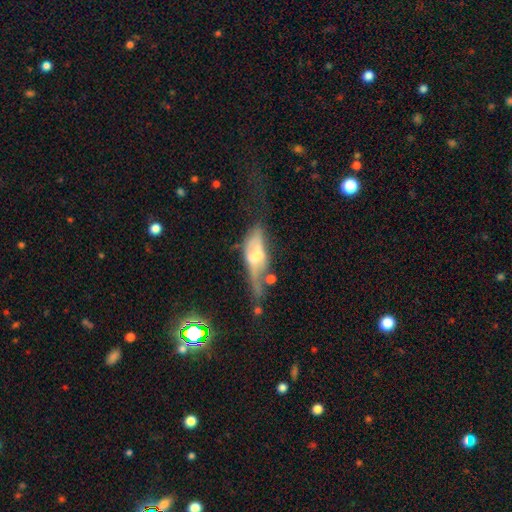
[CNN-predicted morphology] Smooth or featured: featured or disk — 60% (smooth — 31%)
Edge-on disk: yes — 54% (no — 46%)
Merging: major disturbance — 37% (none — 26%)